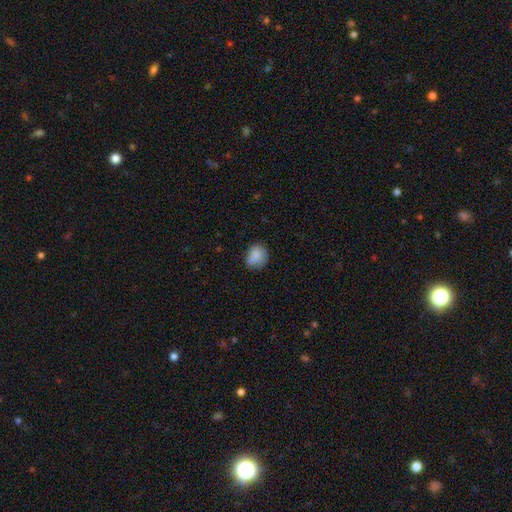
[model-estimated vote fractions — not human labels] Q: Smooth or featured?
A: smooth (82%); runner-up: featured or disk (10%)
Q: How rounded?
A: round (61%); runner-up: in between (39%)
Q: Merging?
A: none (63%); runner-up: minor disturbance (26%)